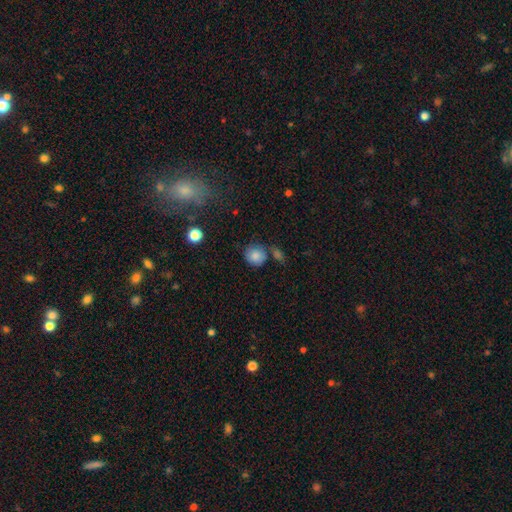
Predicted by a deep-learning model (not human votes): A smooth galaxy with no disk features (84%) that is round (85%).

Vote fractions:
- Smooth or featured? smooth: 84% / star or artifact: 9% / featured or disk: 7%
- How rounded? round: 85% / in between: 14% / cigar-shaped: 1%
- Merging? none: 65% / minor disturbance: 16% / merger: 14% / major disturbance: 5%